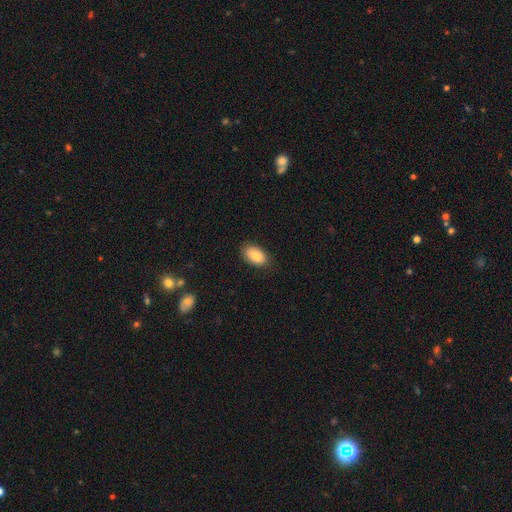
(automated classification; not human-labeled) The model was most divided on "merging": none: 84%, minor disturbance: 12%, major disturbance: 3%, merger: 1%. More confident: how rounded — in between (93%); smooth or featured — smooth (85%).